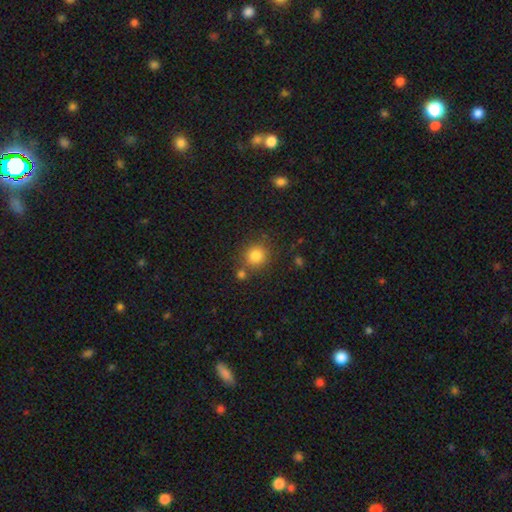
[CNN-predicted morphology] smooth-or-featured: smooth: 82% | star or artifact: 11% | featured or disk: 6%
  how-rounded: round: 86% | in between: 13% | cigar-shaped: 1%
  merging: none: 74% | merger: 12% | minor disturbance: 10% | major disturbance: 4%